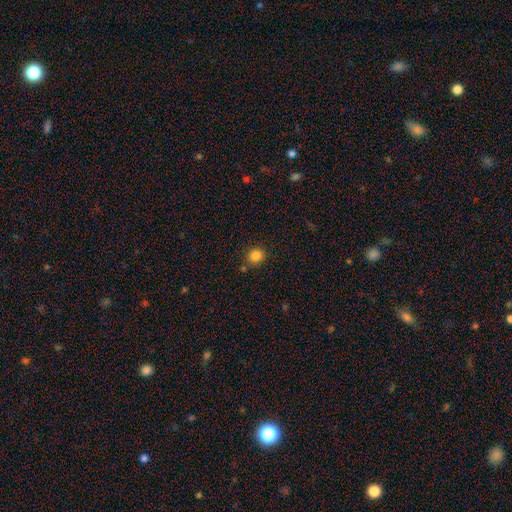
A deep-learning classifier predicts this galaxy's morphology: This appears to be a smooth galaxy with no disk features (85%) that is round (82%). Merging: none (79%).